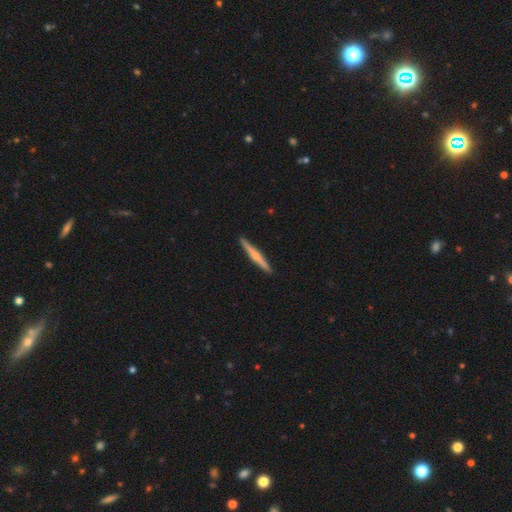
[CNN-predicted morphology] This appears to be a featured or disk galaxy (56%) viewed edge-on (98%) with a rounded central bulge (69%). Merging: none (92%).